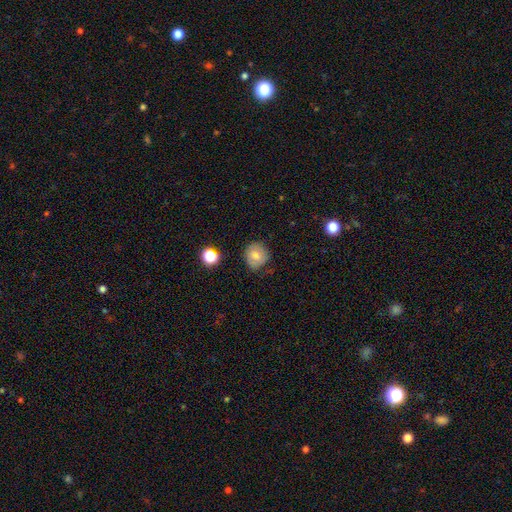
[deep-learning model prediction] Smooth or featured? smooth (73%)
How rounded? round (79%)
Merging? none (72%)